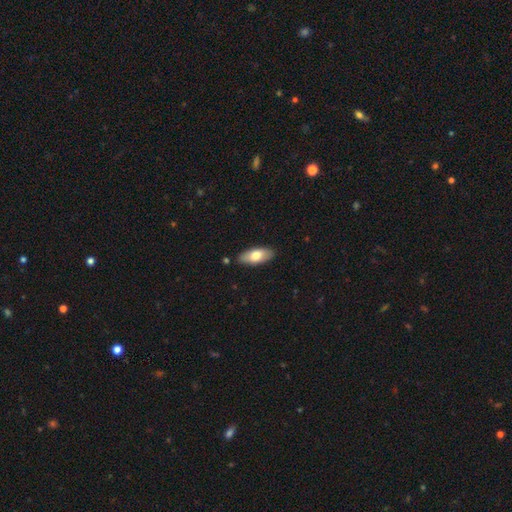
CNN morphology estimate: The model was most divided on "smooth or featured": smooth: 72%, featured or disk: 22%, star or artifact: 6%. More confident: merging — none (86%); how rounded — in between (84%).